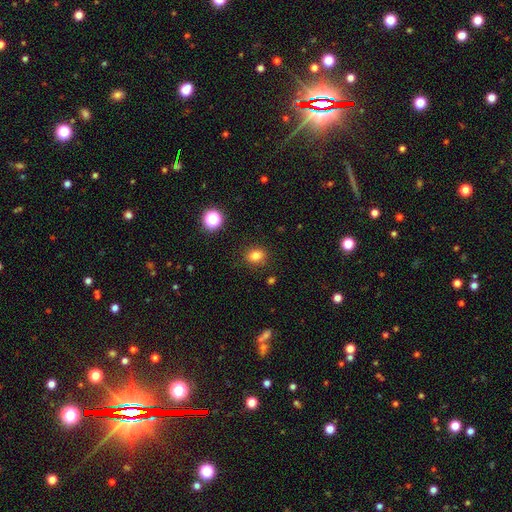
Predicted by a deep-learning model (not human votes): A smooth galaxy with no disk features (81%) that is round (57%). Merging: none (86%).